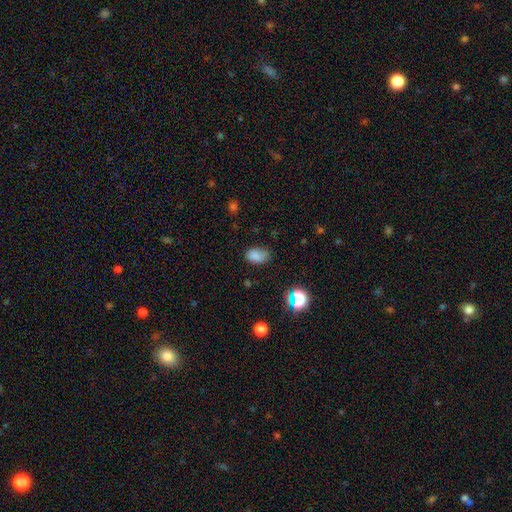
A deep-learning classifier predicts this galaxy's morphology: This appears to be a smooth galaxy with no disk features (80%) that is in between round and cigar-shaped (85%). Merging: none (64%).